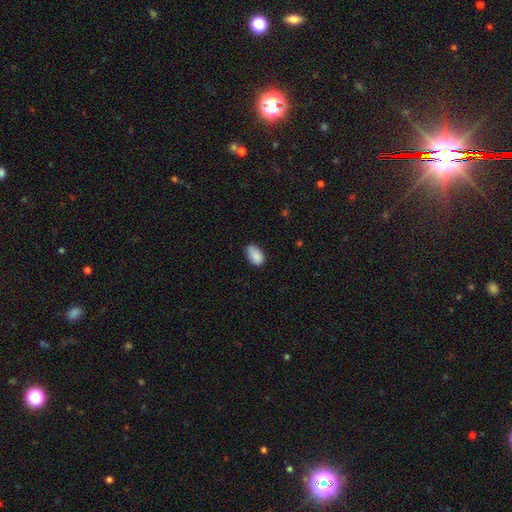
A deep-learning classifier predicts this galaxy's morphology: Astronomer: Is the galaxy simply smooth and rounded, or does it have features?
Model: smooth — 87%.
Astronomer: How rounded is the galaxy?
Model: in between — 90%.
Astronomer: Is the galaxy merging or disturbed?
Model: none — 64%.